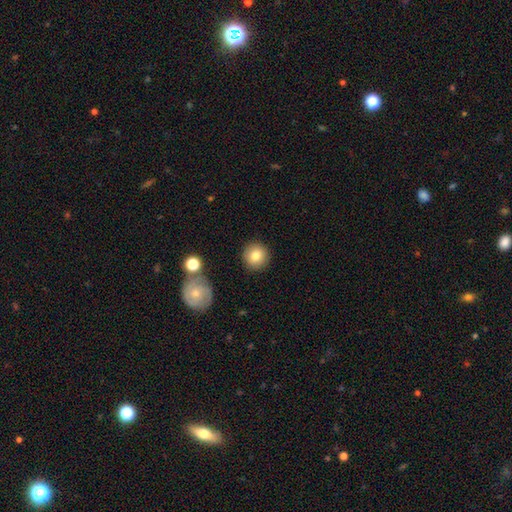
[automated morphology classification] The model was most divided on "smooth or featured": smooth: 82%, featured or disk: 9%, star or artifact: 9%. More confident: how rounded — round (94%); merging — none (89%).